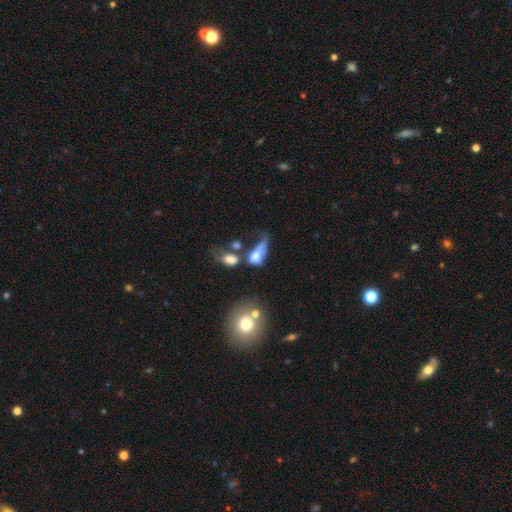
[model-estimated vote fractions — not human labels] A smooth galaxy with no disk features (58%) that is in between round and cigar-shaped (73%).

Vote fractions:
- Smooth or featured? smooth: 58% / featured or disk: 30% / star or artifact: 12%
- How rounded? in between: 73% / round: 19% / cigar-shaped: 8%
- Merging? merger: 37% / major disturbance: 35% / none: 14% / minor disturbance: 14%